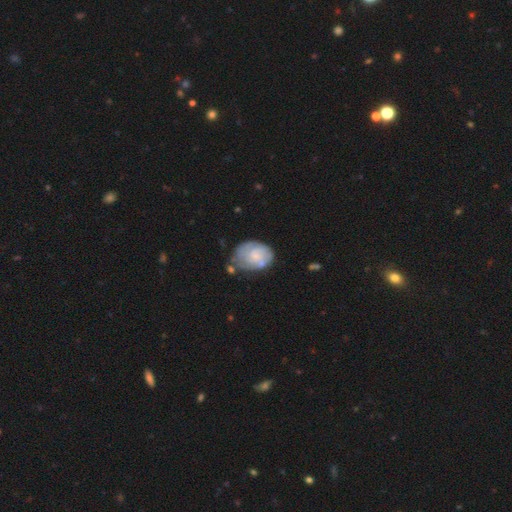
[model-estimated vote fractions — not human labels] smooth-or-featured: featured or disk: 50% | smooth: 44% | star or artifact: 7%
  merging: none: 49% | minor disturbance: 30% | major disturbance: 12% | merger: 9%